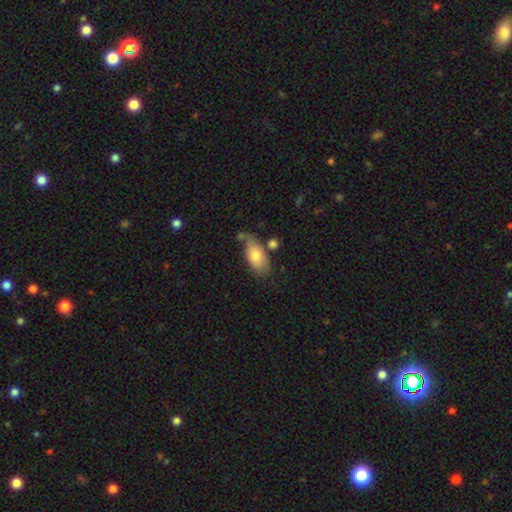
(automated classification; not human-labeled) This appears to be a smooth galaxy with no disk features (72%) that is in between round and cigar-shaped (90%). Merging: none (50%).